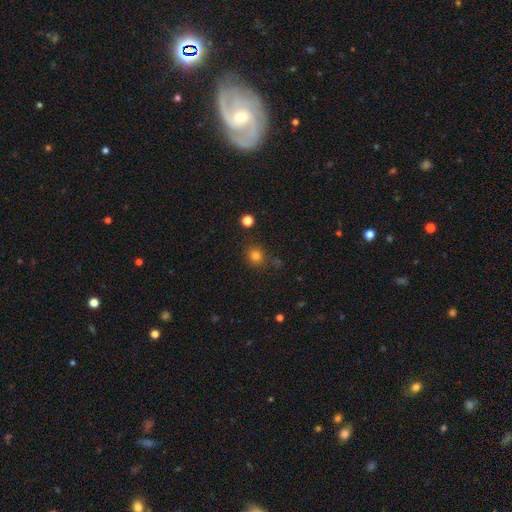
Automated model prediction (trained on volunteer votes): The model was most divided on "smooth or featured": smooth: 79%, star or artifact: 16%, featured or disk: 6%. More confident: how rounded — round (85%); merging — none (82%).